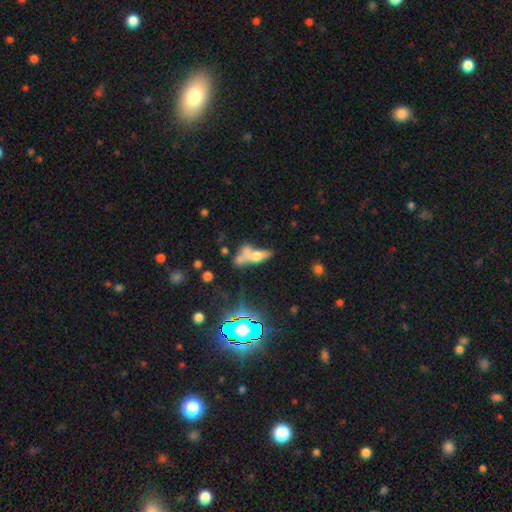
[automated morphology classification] Smooth or featured? Predicted: smooth (p=0.47). Merging? Predicted: merger (p=0.49).